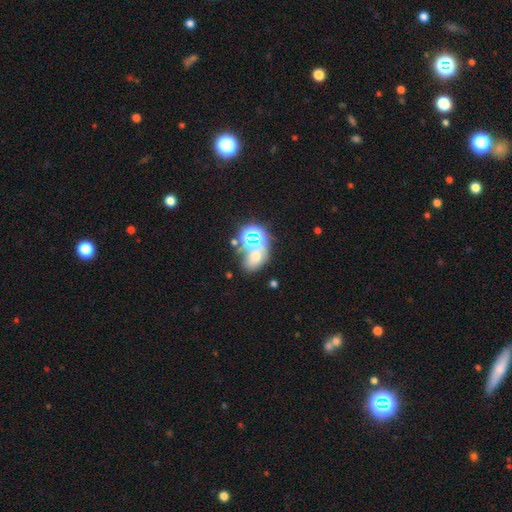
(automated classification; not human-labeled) Morphology: type=smooth (43%); merging=none (48%).